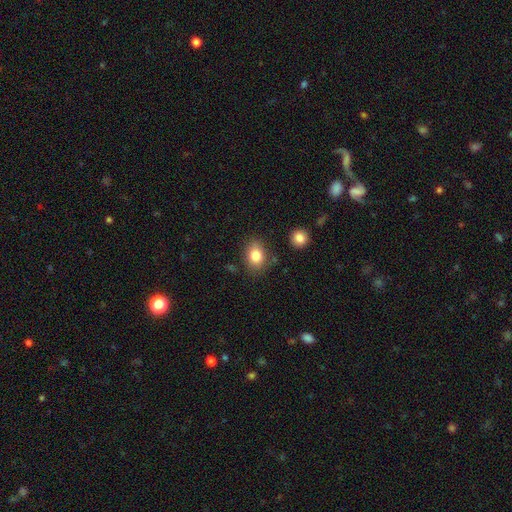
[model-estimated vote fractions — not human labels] smooth_or_featured: smooth (p=0.82) [alt: star or artifact p=0.09]
how_rounded: in between (p=0.64) [alt: round p=0.35]
merging: none (p=0.78) [alt: minor disturbance p=0.14]